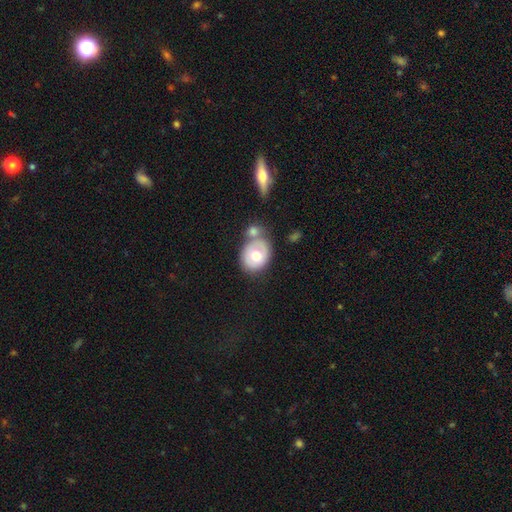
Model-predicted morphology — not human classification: A smooth galaxy with no disk features (59%) that is in between round and cigar-shaped (50%). Merging: none (44%).